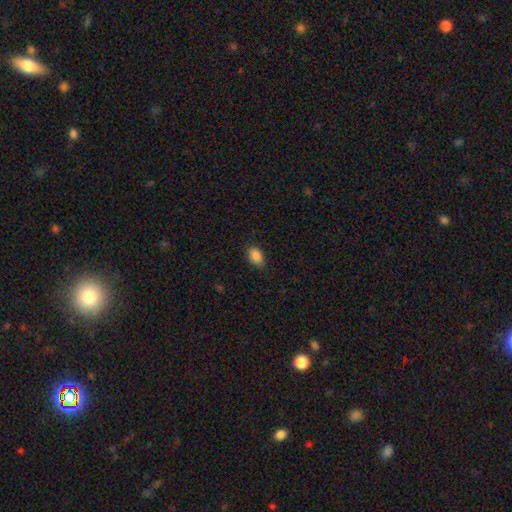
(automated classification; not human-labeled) smooth_or_featured: smooth (p=0.88) [alt: star or artifact p=0.09]
how_rounded: in between (p=0.85) [alt: round p=0.13]
merging: none (p=0.79) [alt: minor disturbance p=0.17]